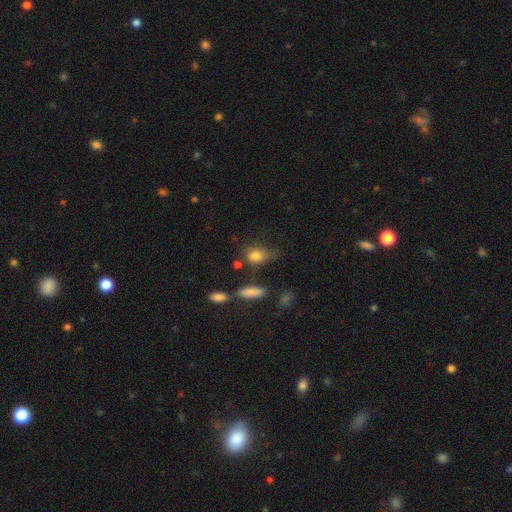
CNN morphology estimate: Q: Smooth or featured?
A: smooth (81%); runner-up: star or artifact (10%)
Q: How rounded?
A: in between (59%); runner-up: round (36%)
Q: Merging?
A: none (51%); runner-up: minor disturbance (27%)